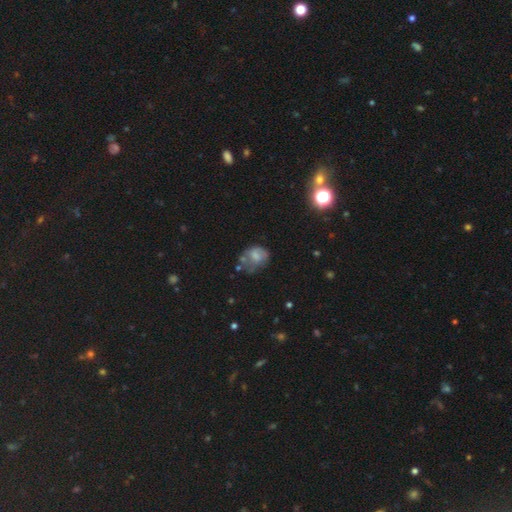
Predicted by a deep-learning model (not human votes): Q: Smooth or featured?
A: smooth (60%); runner-up: featured or disk (28%)
Q: How rounded?
A: round (53%); runner-up: in between (46%)
Q: Merging?
A: none (38%); runner-up: minor disturbance (30%)